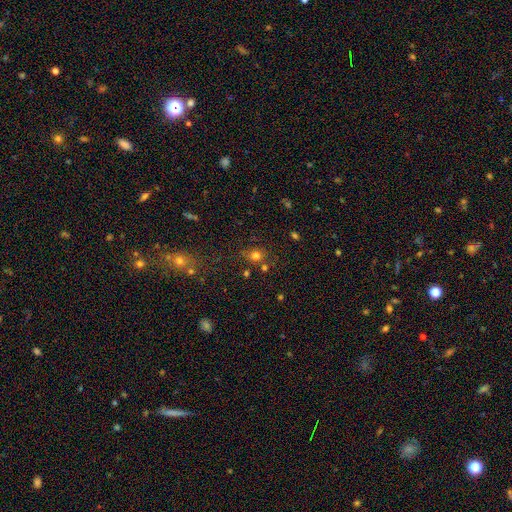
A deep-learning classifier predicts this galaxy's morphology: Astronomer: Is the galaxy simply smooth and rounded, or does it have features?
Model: smooth — 71%.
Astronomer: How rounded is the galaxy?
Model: round — 80%.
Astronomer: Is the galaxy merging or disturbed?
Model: none — 70%.